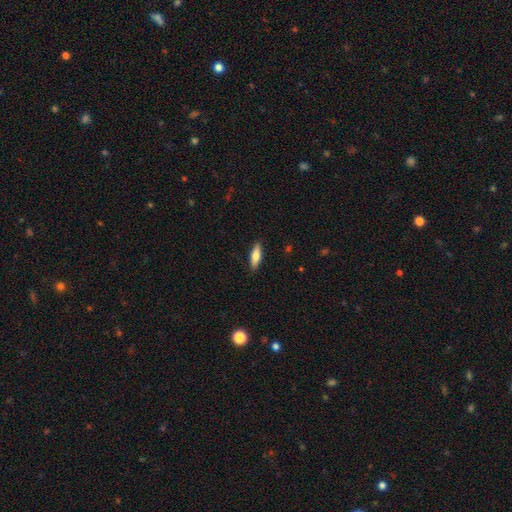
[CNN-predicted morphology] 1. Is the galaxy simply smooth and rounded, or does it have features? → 69% smooth, 25% featured or disk, 6% star or artifact.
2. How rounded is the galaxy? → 56% cigar-shaped, 42% in between, 2% round.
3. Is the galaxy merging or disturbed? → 89% none, 8% minor disturbance, 2% major disturbance, 1% merger.